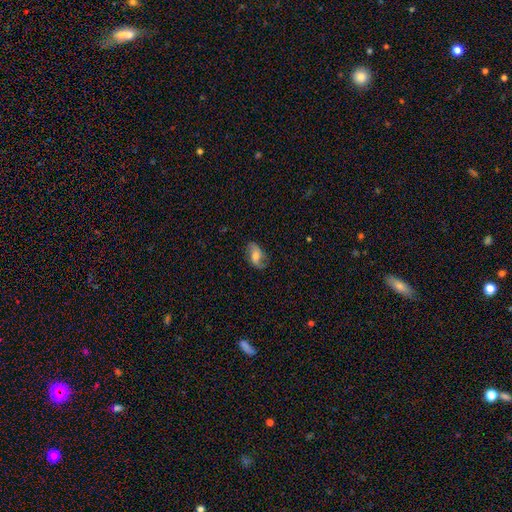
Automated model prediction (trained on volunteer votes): Smooth or featured: featured or disk — 50% (smooth — 42%)
Merging: none — 73% (minor disturbance — 19%)